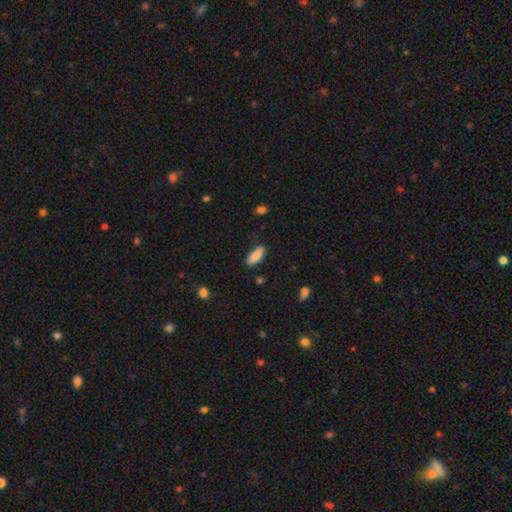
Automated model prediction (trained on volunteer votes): Morphology: type=smooth (86%); roundness=in between (76%); merging=none (83%).